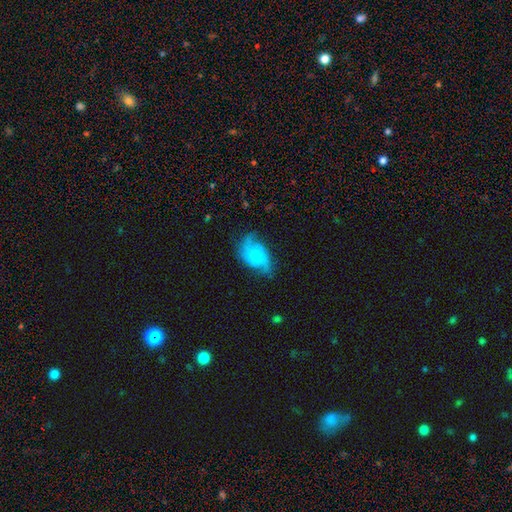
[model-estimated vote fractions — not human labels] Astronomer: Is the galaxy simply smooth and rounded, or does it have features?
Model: featured or disk — 61%.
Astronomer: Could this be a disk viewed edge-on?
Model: no — 97%.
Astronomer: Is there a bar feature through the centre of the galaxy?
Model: no — 74%.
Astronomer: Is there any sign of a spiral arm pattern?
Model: yes — 88%.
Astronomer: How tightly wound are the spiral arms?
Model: medium — 42% (runner-up: loose, 38%).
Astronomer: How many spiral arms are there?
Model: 2 — 70%.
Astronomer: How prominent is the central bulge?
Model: small — 57%.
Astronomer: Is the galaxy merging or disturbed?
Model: none — 49% (runner-up: minor disturbance, 32%).